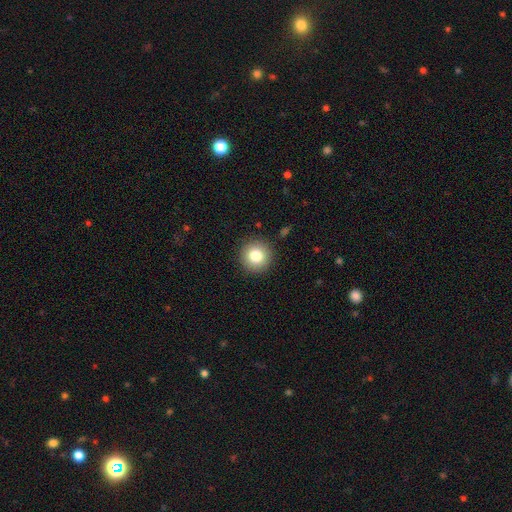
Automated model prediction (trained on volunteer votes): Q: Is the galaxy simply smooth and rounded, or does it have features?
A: smooth — 80%.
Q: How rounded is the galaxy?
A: round — 95%.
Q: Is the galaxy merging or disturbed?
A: none — 91%.